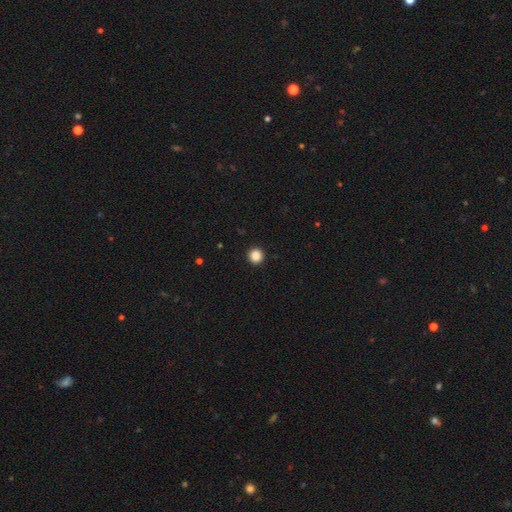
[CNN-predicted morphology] Smooth or featured? smooth (88%)
How rounded? round (93%)
Merging? none (93%)